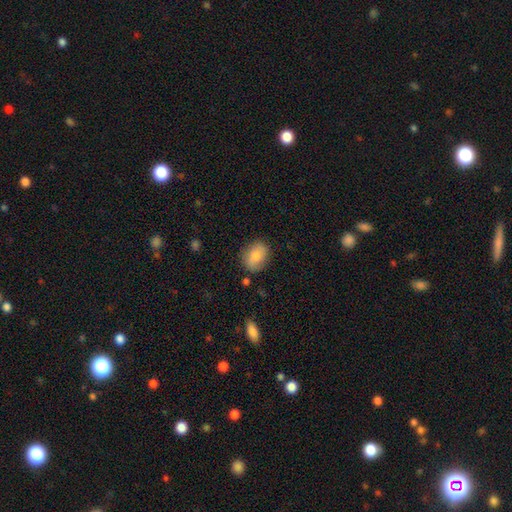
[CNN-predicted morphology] Smooth or featured: smooth — 83% (featured or disk — 10%)
How rounded: in between — 68% (round — 31%)
Merging: none — 79% (minor disturbance — 15%)